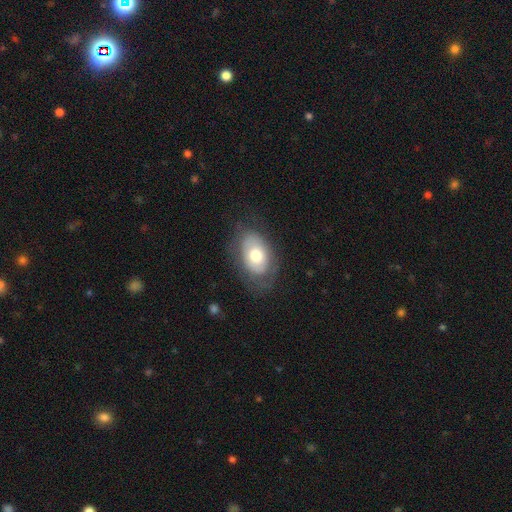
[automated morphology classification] Smooth or featured?
  - smooth: 58% *
  - featured or disk: 35%
  - star or artifact: 7%
How rounded?
  - in between: 89% *
  - round: 10%
  - cigar-shaped: 1%
Merging?
  - none: 68% *
  - minor disturbance: 20%
  - major disturbance: 11%
  - merger: 1%